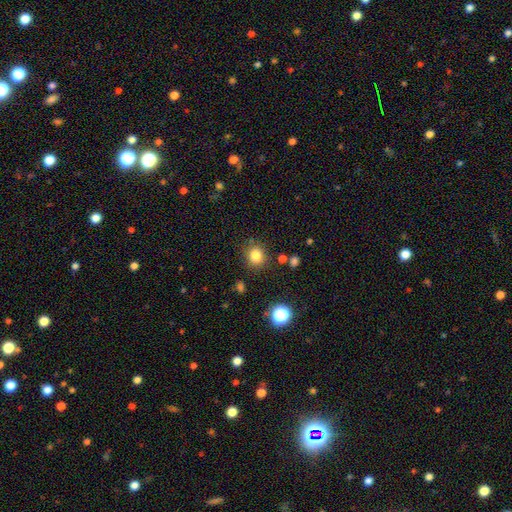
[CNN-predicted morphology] The model was most divided on "how rounded": round: 82%, in between: 17%, cigar-shaped: 1%. More confident: merging — none (82%); smooth or featured — smooth (82%).